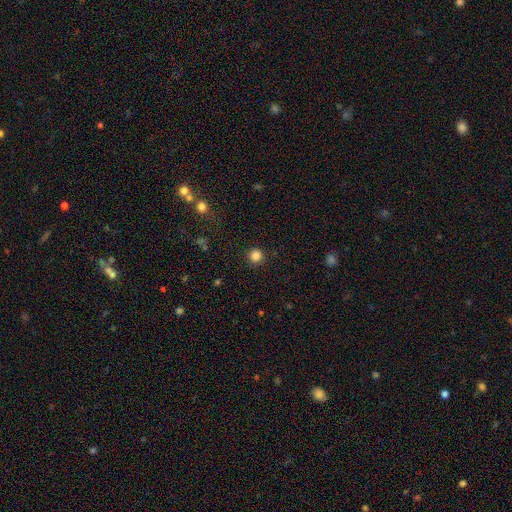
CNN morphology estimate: Smooth or featured? Predicted: smooth (p=0.84). How rounded? Predicted: round (p=0.95). Merging? Predicted: none (p=0.91).